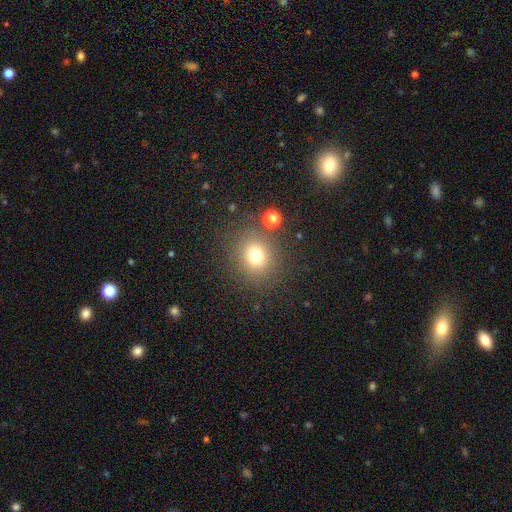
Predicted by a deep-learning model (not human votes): smooth_or_featured: smooth (p=0.73) [alt: star or artifact p=0.16]
how_rounded: round (p=0.81) [alt: in between p=0.19]
merging: none (p=0.81) [alt: minor disturbance p=0.10]